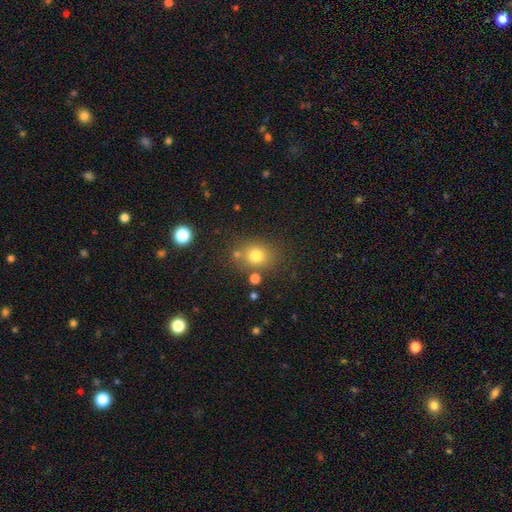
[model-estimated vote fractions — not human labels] Q: Smooth or featured?
A: smooth (77%); runner-up: star or artifact (14%)
Q: How rounded?
A: round (63%); runner-up: in between (36%)
Q: Merging?
A: none (72%); runner-up: minor disturbance (13%)